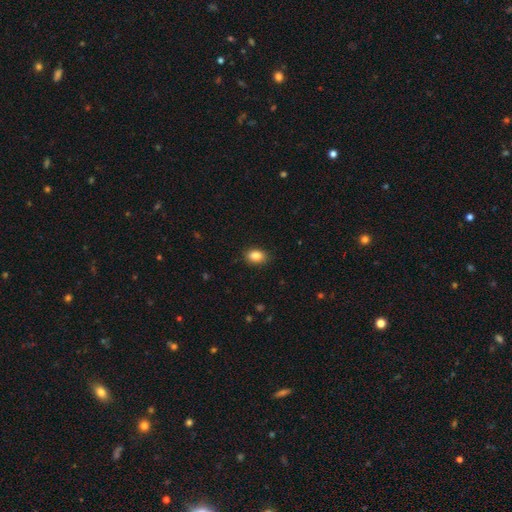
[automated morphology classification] Smooth or featured: smooth — 87% (star or artifact — 8%)
How rounded: in between — 82% (round — 17%)
Merging: none — 87% (minor disturbance — 10%)